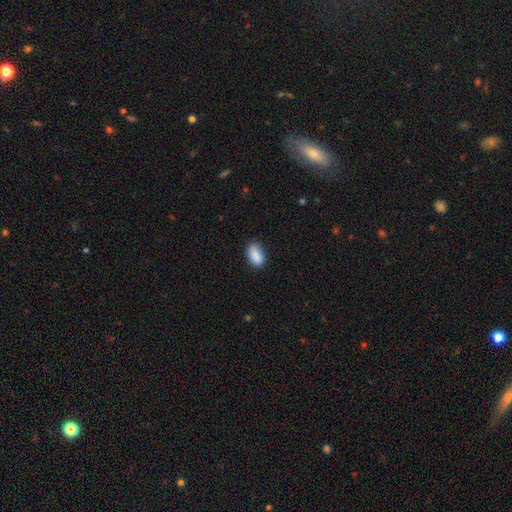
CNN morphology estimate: smooth 89%, star or artifact 7%, featured or disk 4%. Down the decision tree: how rounded — in between (92%); merging — none (80%).